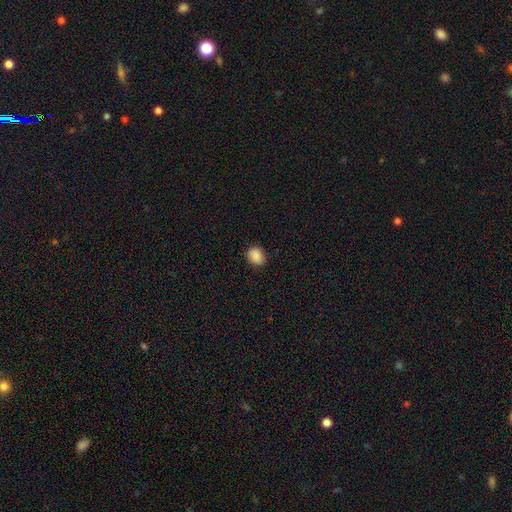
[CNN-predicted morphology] type=smooth (87%); roundness=round (56%); merging=none (86%).